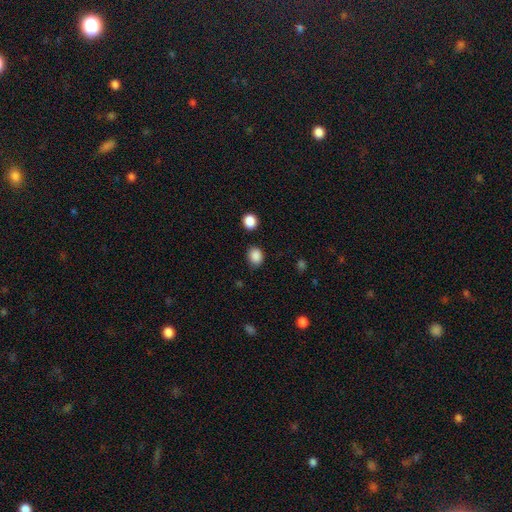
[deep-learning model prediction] Morphology: type=smooth (87%); roundness=round (55%); merging=none (79%).